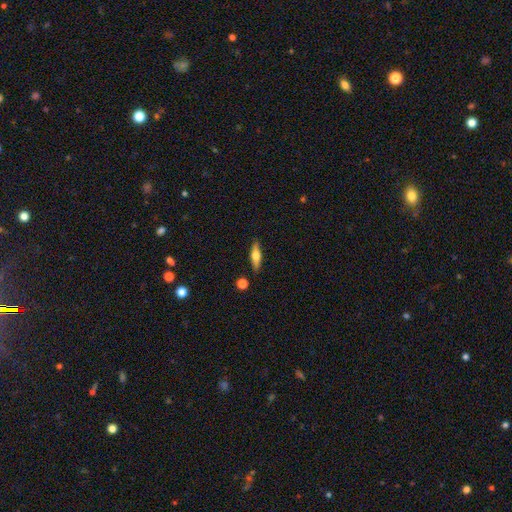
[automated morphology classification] This is possibly a featured or disk galaxy (52%). It is clearly viewed edge-on (93%). Merging: clearly none (87%).